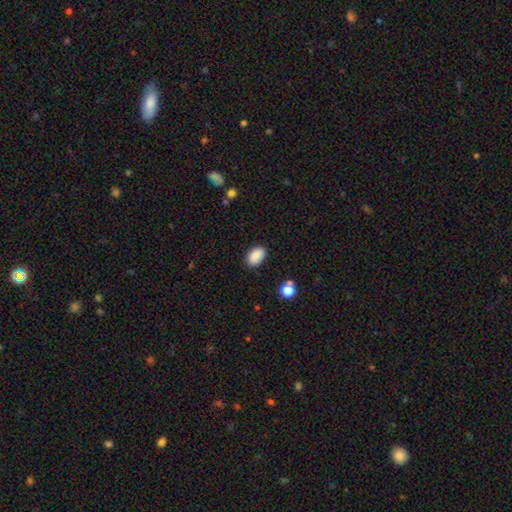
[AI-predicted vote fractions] Smooth or featured? Predicted: smooth (p=0.89). How rounded? Predicted: in between (p=0.90). Merging? Predicted: none (p=0.85).